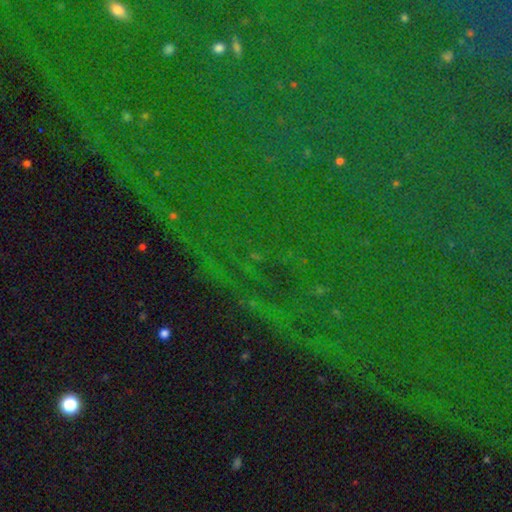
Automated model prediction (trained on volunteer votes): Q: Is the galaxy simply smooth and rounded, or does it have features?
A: star or artifact — 84%.